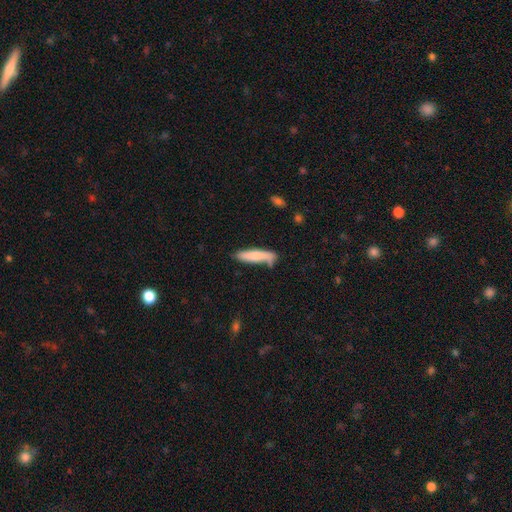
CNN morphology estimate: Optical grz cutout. It shows a smooth galaxy with no disk features (73%) that is cigar-shaped (79%). Merging: none (62%).